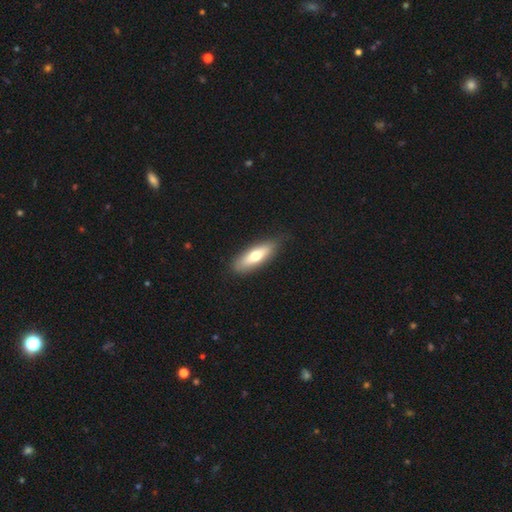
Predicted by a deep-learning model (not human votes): Smooth or featured: smooth — 62% (featured or disk — 32%)
How rounded: in between — 51% (cigar-shaped — 47%)
Merging: none — 84% (minor disturbance — 12%)